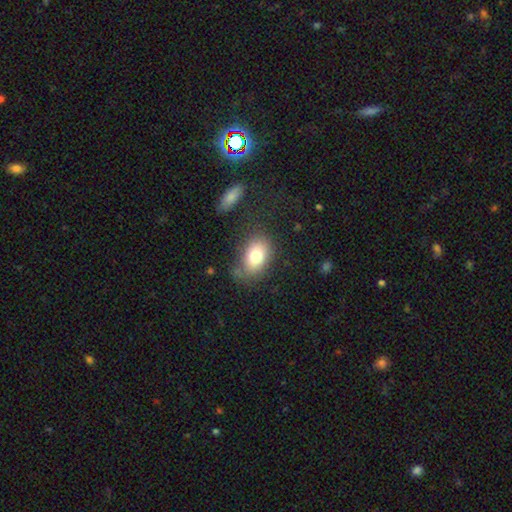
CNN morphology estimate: A smooth galaxy with no disk features (78%) that is in between round and cigar-shaped (81%). Merging: none (71%).